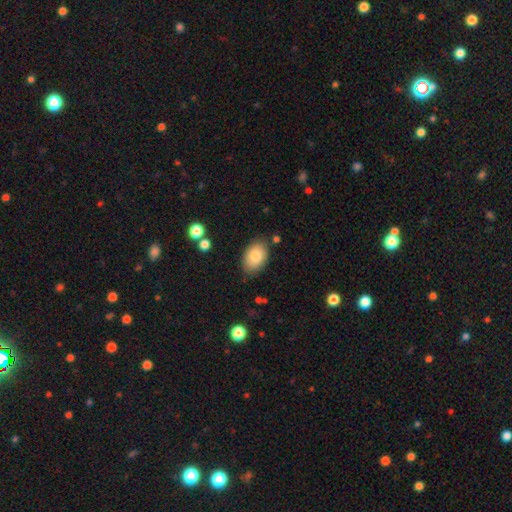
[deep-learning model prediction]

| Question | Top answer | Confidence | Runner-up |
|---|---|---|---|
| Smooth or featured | smooth | 82% | featured or disk (11%) |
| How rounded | in between | 88% | round (11%) |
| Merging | none | 79% | minor disturbance (15%) |